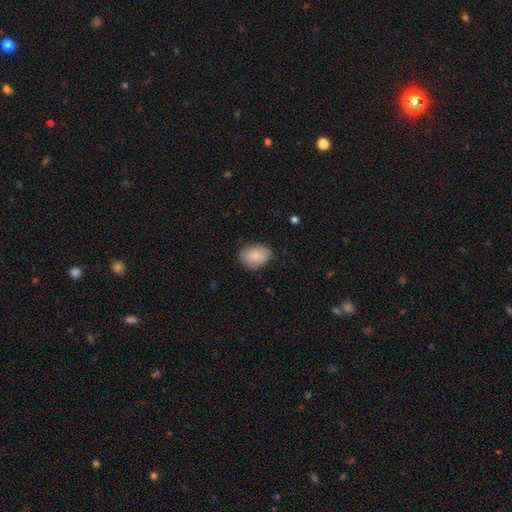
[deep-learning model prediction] smooth-or-featured: smooth: 83% | featured or disk: 10% | star or artifact: 7%
  how-rounded: in between: 74% | round: 25% | cigar-shaped: 1%
  merging: none: 79% | minor disturbance: 17% | major disturbance: 3% | merger: 1%